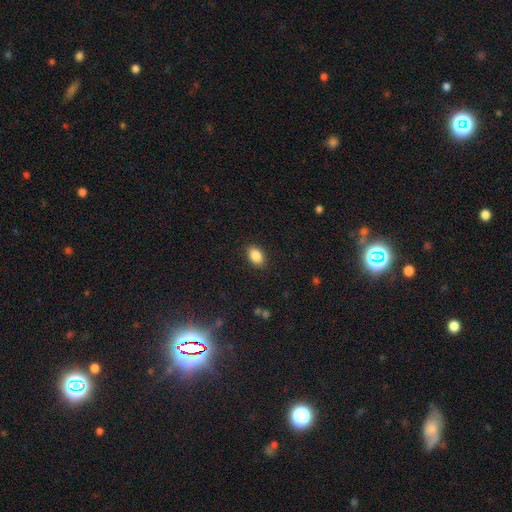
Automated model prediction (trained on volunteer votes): Smooth or featured?
  - smooth: 88% *
  - star or artifact: 8%
  - featured or disk: 4%
How rounded?
  - in between: 90% *
  - round: 9%
  - cigar-shaped: 2%
Merging?
  - none: 88% *
  - minor disturbance: 9%
  - major disturbance: 2%
  - merger: 1%